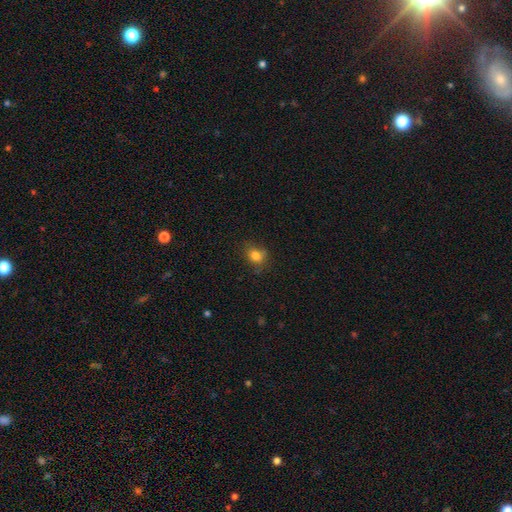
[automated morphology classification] A smooth galaxy with no disk features (81%) that is round (58%).

Vote fractions:
- Smooth or featured? smooth: 81% / star or artifact: 12% / featured or disk: 7%
- How rounded? round: 58% / in between: 41% / cigar-shaped: 1%
- Merging? none: 71% / minor disturbance: 21% / major disturbance: 6% / merger: 2%